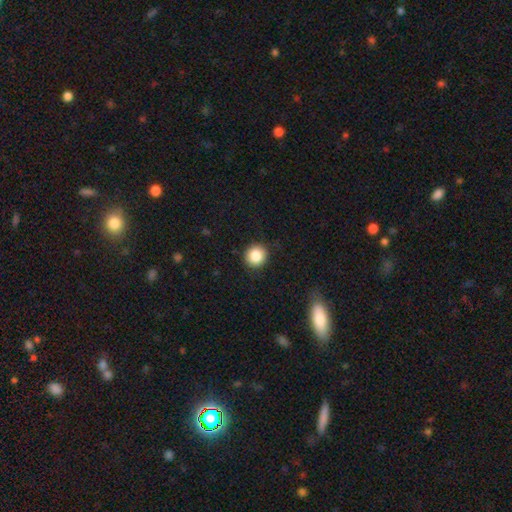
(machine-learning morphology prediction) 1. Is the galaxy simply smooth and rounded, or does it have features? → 86% smooth, 9% star or artifact, 5% featured or disk.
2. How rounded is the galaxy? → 92% round, 7% in between, 1% cigar-shaped.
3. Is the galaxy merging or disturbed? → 88% none, 8% minor disturbance, 2% major disturbance, 1% merger.